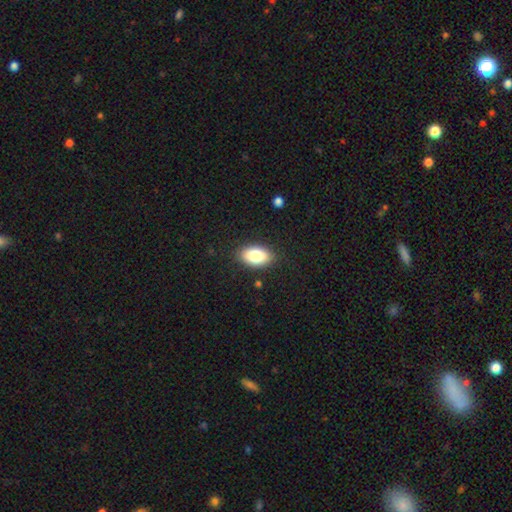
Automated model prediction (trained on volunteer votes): Q: Smooth or featured?
A: smooth (83%); runner-up: featured or disk (10%)
Q: How rounded?
A: in between (92%); runner-up: round (6%)
Q: Merging?
A: none (87%); runner-up: minor disturbance (10%)